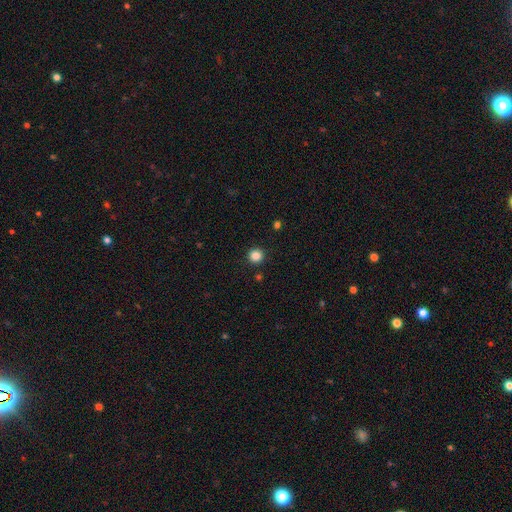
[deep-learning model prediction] The model was most divided on "smooth or featured": smooth: 85%, star or artifact: 12%, featured or disk: 3%. More confident: how rounded — round (96%); merging — none (92%).